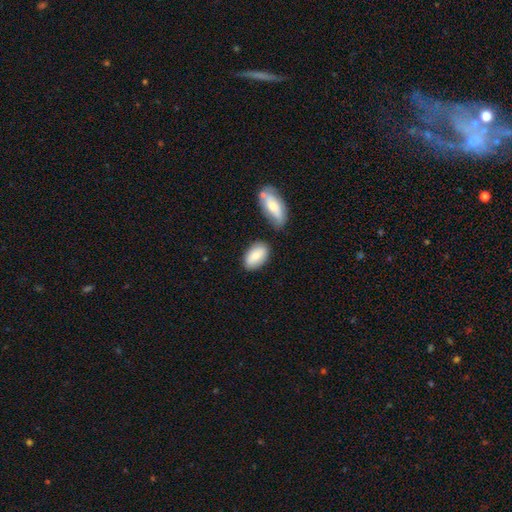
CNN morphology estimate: Smooth or featured: smooth — 80% (featured or disk — 13%)
How rounded: in between — 92% (round — 5%)
Merging: none — 70% (minor disturbance — 15%)